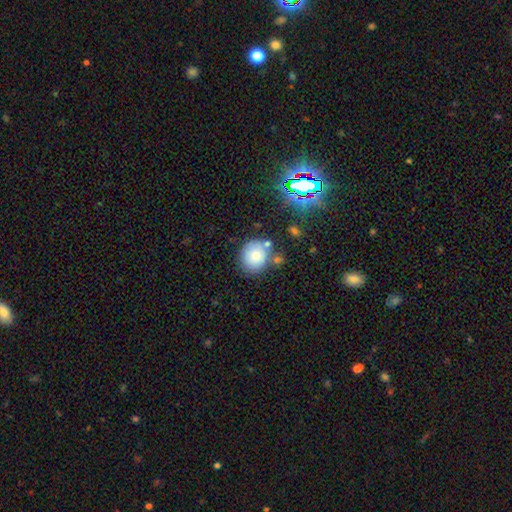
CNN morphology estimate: Smooth or featured? Predicted: smooth (p=0.75). How rounded? Predicted: round (p=0.79). Merging? Predicted: none (p=0.68).